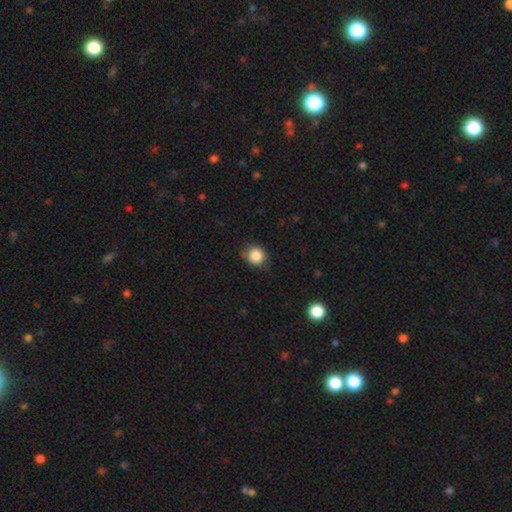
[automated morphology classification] A smooth galaxy with no disk features (86%) that is round (82%).

Vote fractions:
- Smooth or featured? smooth: 86% / star or artifact: 9% / featured or disk: 5%
- How rounded? round: 82% / in between: 17% / cigar-shaped: 1%
- Merging? none: 73% / minor disturbance: 21% / major disturbance: 5% / merger: 1%